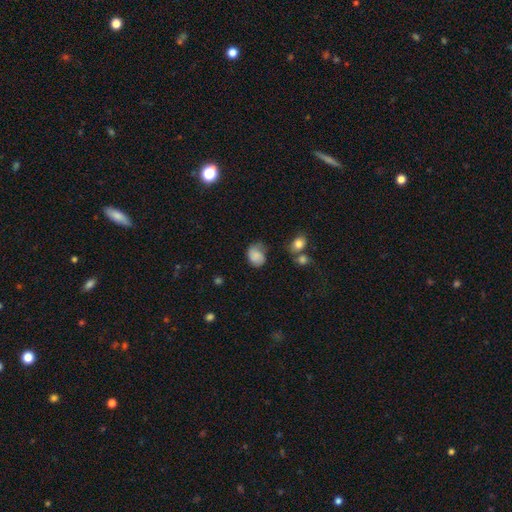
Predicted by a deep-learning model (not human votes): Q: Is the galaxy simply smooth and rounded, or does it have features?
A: smooth — 75%.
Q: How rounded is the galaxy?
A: in between — 53%.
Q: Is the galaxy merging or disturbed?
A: none — 46%.